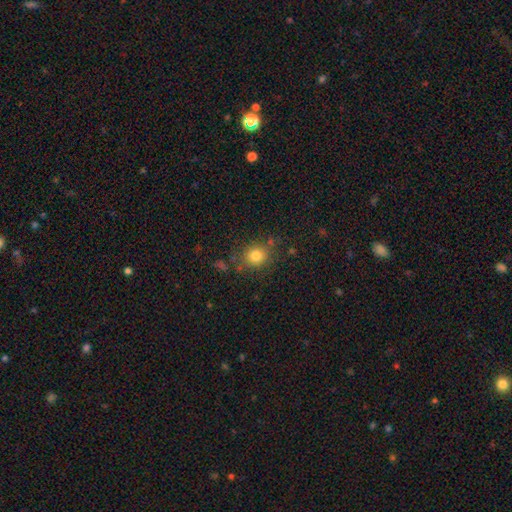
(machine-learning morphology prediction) A smooth galaxy with no disk features (80%) that is round (71%).

Vote fractions:
- Smooth or featured? smooth: 80% / star or artifact: 12% / featured or disk: 8%
- How rounded? round: 71% / in between: 28% / cigar-shaped: 1%
- Merging? none: 77% / minor disturbance: 14% / major disturbance: 5% / merger: 4%